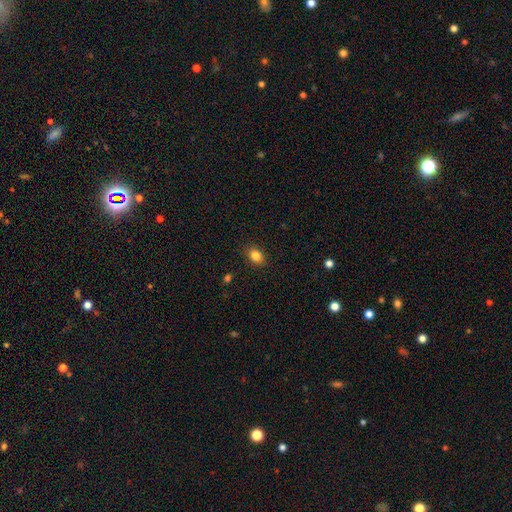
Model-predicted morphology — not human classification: Smooth or featured?
  - smooth: 84% *
  - star or artifact: 10%
  - featured or disk: 6%
How rounded?
  - in between: 70% *
  - round: 28%
  - cigar-shaped: 1%
Merging?
  - none: 88% *
  - minor disturbance: 9%
  - major disturbance: 2%
  - merger: 1%